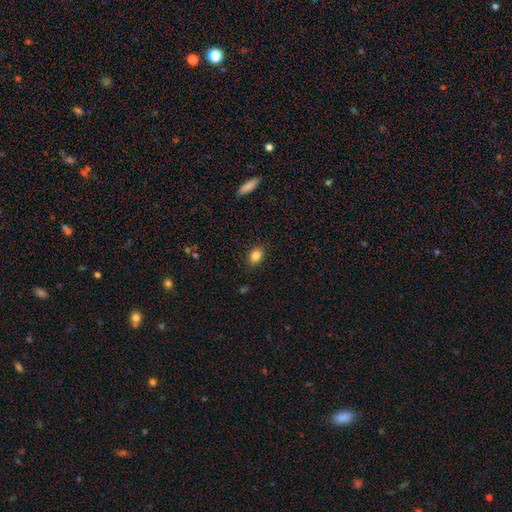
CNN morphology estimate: Smooth or featured? Predicted: smooth (p=0.85). How rounded? Predicted: in between (p=0.56). Merging? Predicted: none (p=0.87).